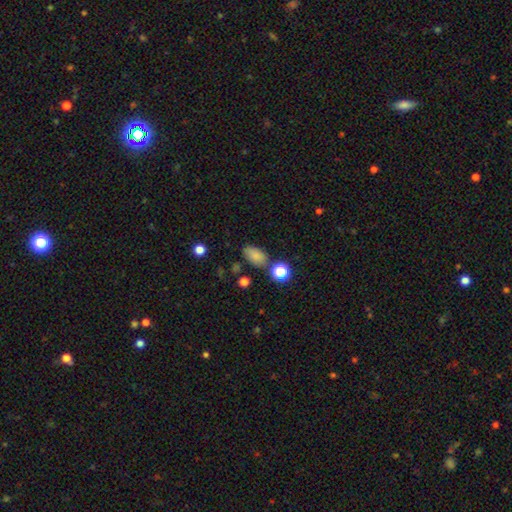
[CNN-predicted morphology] smooth-or-featured: smooth: 81% | star or artifact: 12% | featured or disk: 6%
  how-rounded: in between: 88% | round: 9% | cigar-shaped: 3%
  merging: none: 71% | minor disturbance: 15% | merger: 9% | major disturbance: 5%